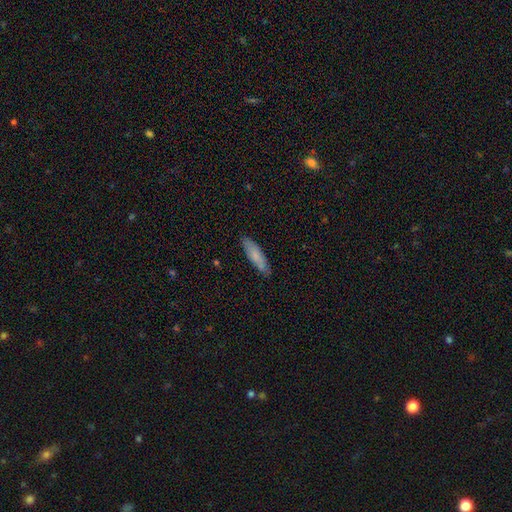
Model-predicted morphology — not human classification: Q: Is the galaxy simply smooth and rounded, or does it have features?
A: smooth — 77%.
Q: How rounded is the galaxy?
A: cigar-shaped — 66%.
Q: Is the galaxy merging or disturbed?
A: none — 85%.